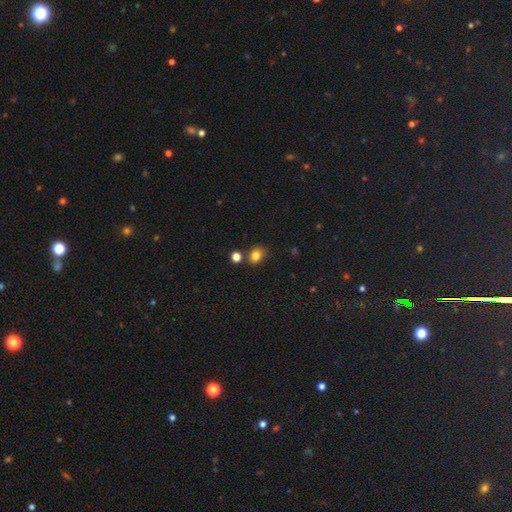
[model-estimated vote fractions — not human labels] Q: Smooth or featured?
A: smooth (81%); runner-up: star or artifact (13%)
Q: How rounded?
A: round (64%); runner-up: in between (35%)
Q: Merging?
A: none (74%); runner-up: minor disturbance (13%)